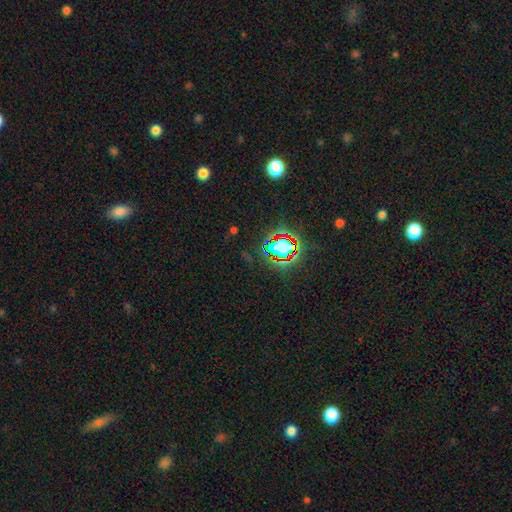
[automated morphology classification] Smooth or featured: star or artifact — 79% (smooth — 13%)